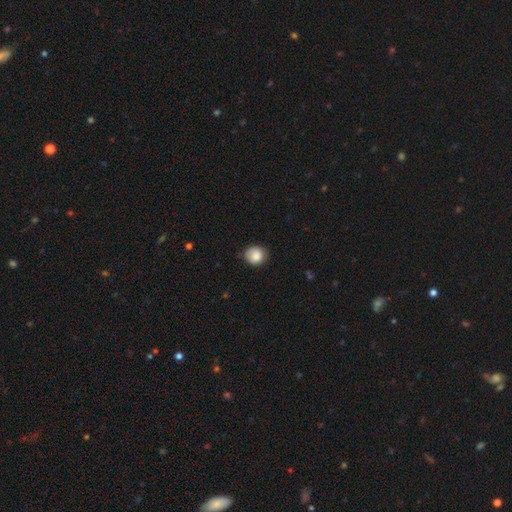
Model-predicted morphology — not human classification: Smooth or featured?
  - smooth: 86% *
  - star or artifact: 8%
  - featured or disk: 7%
How rounded?
  - round: 82% *
  - in between: 17%
  - cigar-shaped: 1%
Merging?
  - none: 72% *
  - minor disturbance: 23%
  - major disturbance: 4%
  - merger: 1%